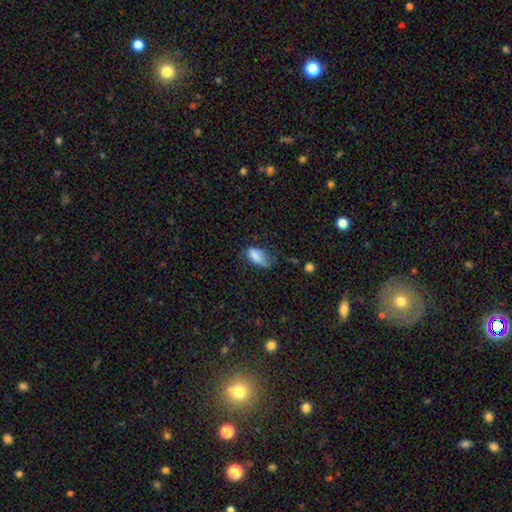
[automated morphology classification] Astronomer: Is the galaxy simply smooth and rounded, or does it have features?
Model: smooth — 78%.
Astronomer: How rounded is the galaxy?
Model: in between — 90%.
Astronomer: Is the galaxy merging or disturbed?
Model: minor disturbance — 38% (runner-up: none, 32%).